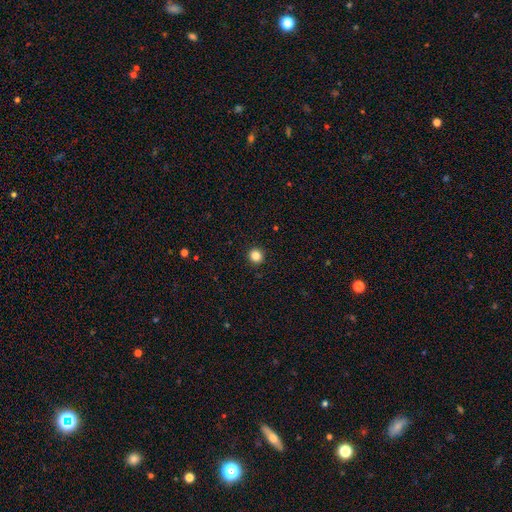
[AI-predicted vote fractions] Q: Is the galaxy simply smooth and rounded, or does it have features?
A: smooth — 85%.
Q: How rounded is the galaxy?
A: round — 95%.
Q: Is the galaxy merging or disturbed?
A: none — 94%.